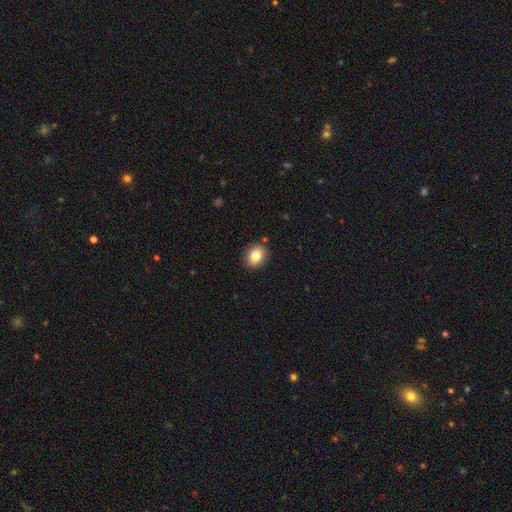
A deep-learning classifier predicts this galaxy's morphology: type=smooth (82%); roundness=round (59%); merging=none (89%).